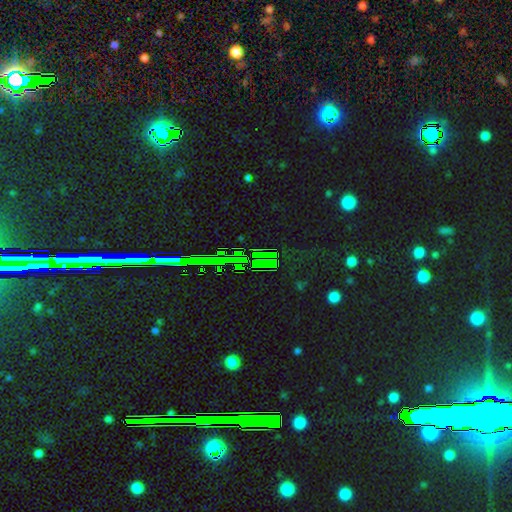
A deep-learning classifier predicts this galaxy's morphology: This appears to be a star or artifact, not a galaxy (74%).